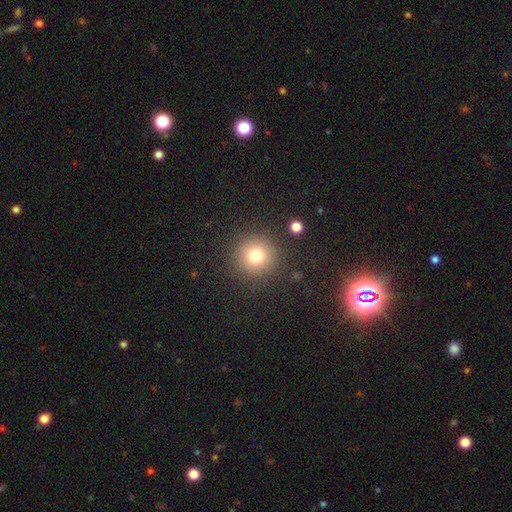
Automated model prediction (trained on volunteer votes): Smooth or featured?
  - smooth: 77% *
  - star or artifact: 14%
  - featured or disk: 9%
How rounded?
  - round: 95% *
  - in between: 4%
  - cigar-shaped: 1%
Merging?
  - none: 89% *
  - minor disturbance: 6%
  - major disturbance: 3%
  - merger: 2%